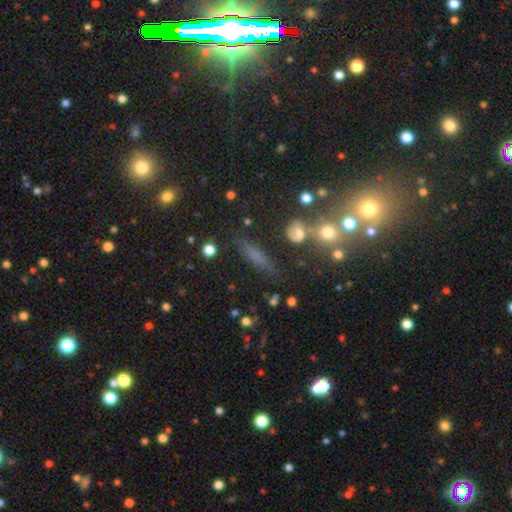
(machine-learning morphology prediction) type=smooth (60%); roundness=cigar-shaped (71%); merging=none (73%).